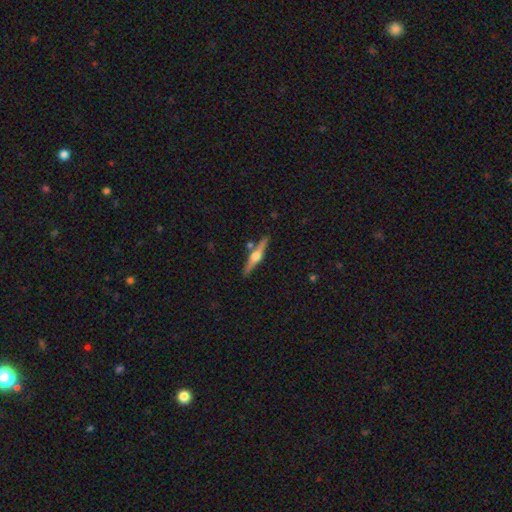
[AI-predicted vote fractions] Q: Smooth or featured?
A: featured or disk (74%); runner-up: smooth (20%)
Q: Edge-on disk?
A: yes (98%); runner-up: no (2%)
Q: Edge-on bulge?
A: rounded (94%); runner-up: boxy (4%)
Q: Merging?
A: none (84%); runner-up: minor disturbance (9%)